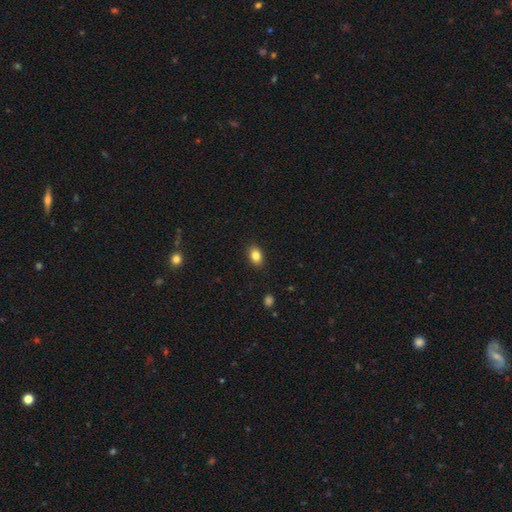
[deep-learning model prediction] Smooth or featured: smooth — 84% (star or artifact — 9%)
How rounded: in between — 80% (round — 18%)
Merging: none — 88% (minor disturbance — 9%)